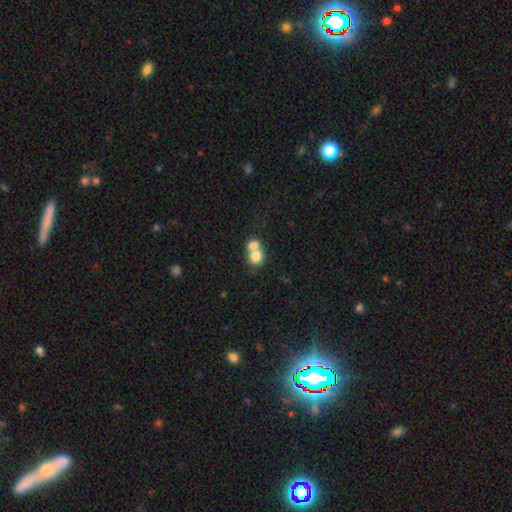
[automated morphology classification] smooth-or-featured: smooth: 76% | featured or disk: 15% | star or artifact: 9%
  how-rounded: round: 69% | in between: 30% | cigar-shaped: 1%
  merging: merger: 70% | none: 22% | minor disturbance: 5% | major disturbance: 3%